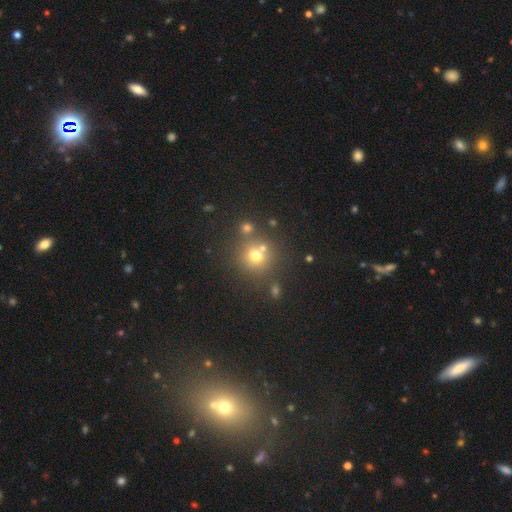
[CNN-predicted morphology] Q: Smooth or featured?
A: smooth (68%); runner-up: star or artifact (20%)
Q: How rounded?
A: round (90%); runner-up: in between (9%)
Q: Merging?
A: none (67%); runner-up: merger (20%)